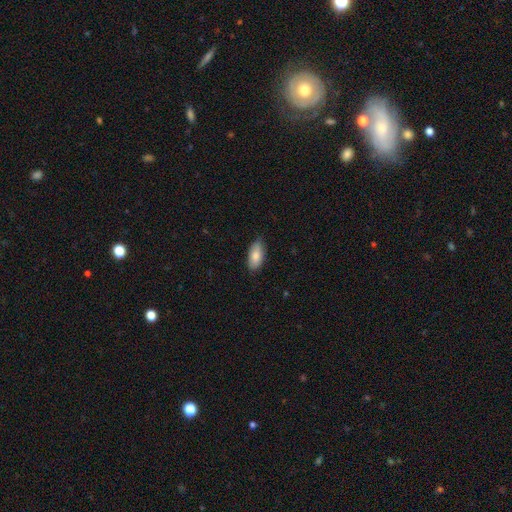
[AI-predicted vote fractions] Smooth or featured?
  - smooth: 82% *
  - featured or disk: 12%
  - star or artifact: 6%
How rounded?
  - in between: 91% *
  - cigar-shaped: 6%
  - round: 2%
Merging?
  - none: 83% *
  - minor disturbance: 14%
  - major disturbance: 2%
  - merger: 1%